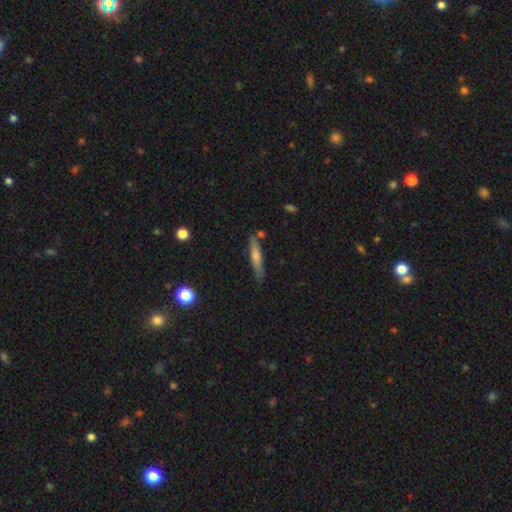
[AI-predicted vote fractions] A smooth galaxy with no disk features (51%) that is cigar-shaped (90%). Merging: none (81%).